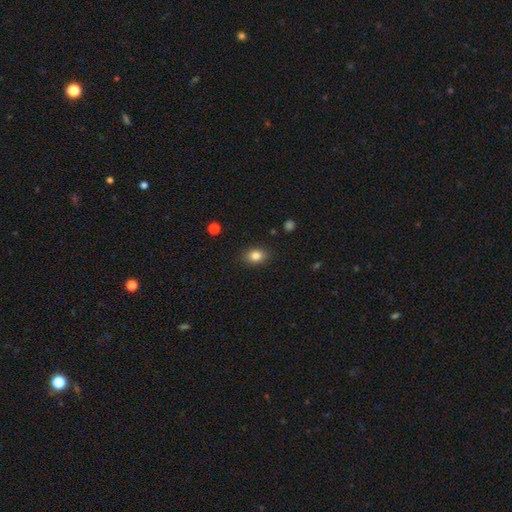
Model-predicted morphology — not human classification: Smooth or featured? smooth (83%)
How rounded? in between (65%)
Merging? none (88%)